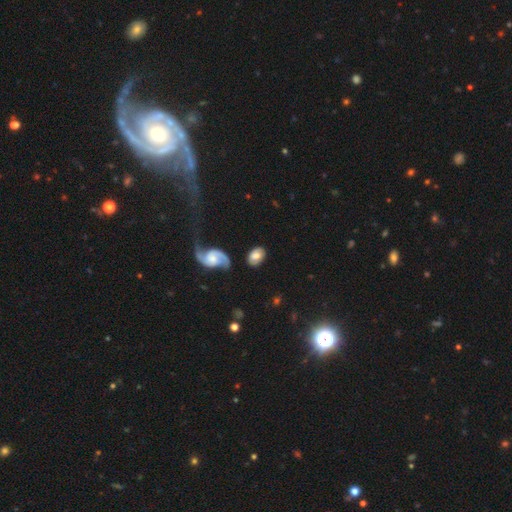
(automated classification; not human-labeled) The model was most divided on "smooth or featured": smooth: 60%, featured or disk: 33%, star or artifact: 7%. More confident: how rounded — in between (82%); merging — none (71%).